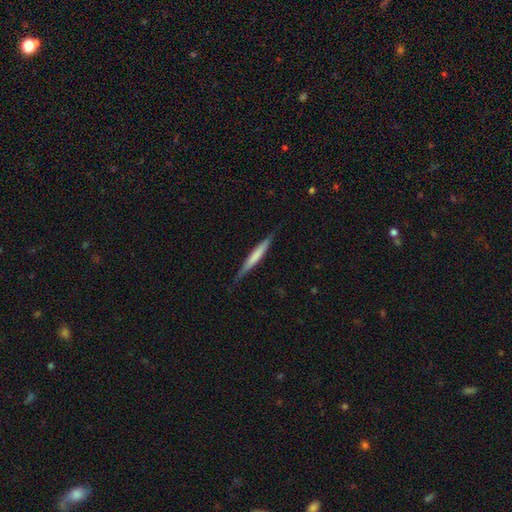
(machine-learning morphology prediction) type=smooth (57%); roundness=cigar-shaped (96%); merging=none (83%).